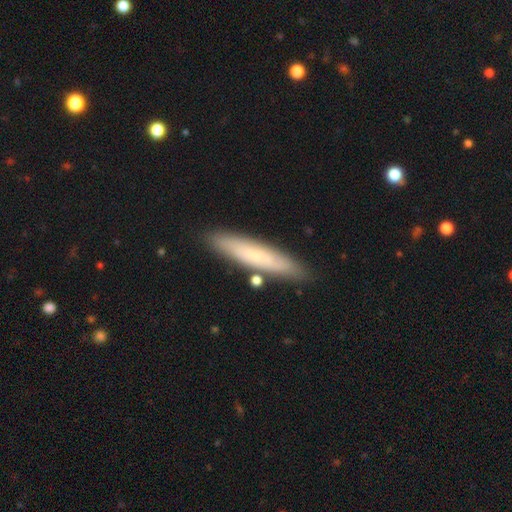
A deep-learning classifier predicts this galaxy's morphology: Smooth or featured? smooth (57%)
How rounded? cigar-shaped (87%)
Merging? none (85%)